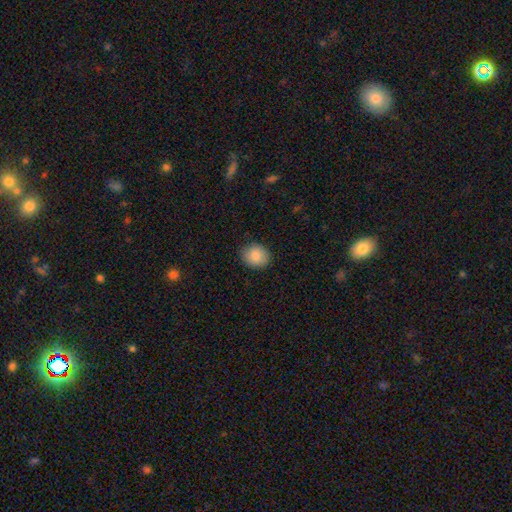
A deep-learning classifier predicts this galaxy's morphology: A smooth galaxy with no disk features (86%) that is round (69%).

Vote fractions:
- Smooth or featured? smooth: 86% / star or artifact: 8% / featured or disk: 6%
- How rounded? round: 69% / in between: 30% / cigar-shaped: 1%
- Merging? none: 85% / minor disturbance: 12% / major disturbance: 3% / merger: 1%